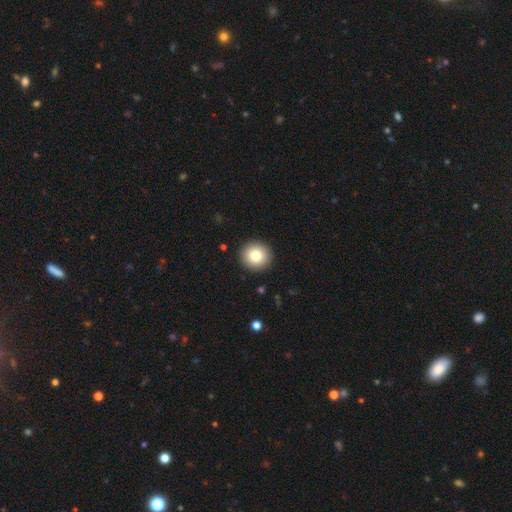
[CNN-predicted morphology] Smooth or featured: smooth — 81% (featured or disk — 10%)
How rounded: round — 94% (in between — 5%)
Merging: none — 93% (minor disturbance — 5%)